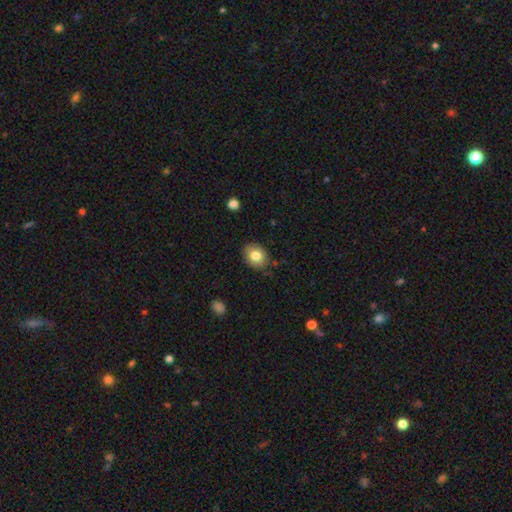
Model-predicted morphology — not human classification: smooth 80%, featured or disk 11%, star or artifact 9%. Down the decision tree: how rounded — in between (56%); merging — none (83%).